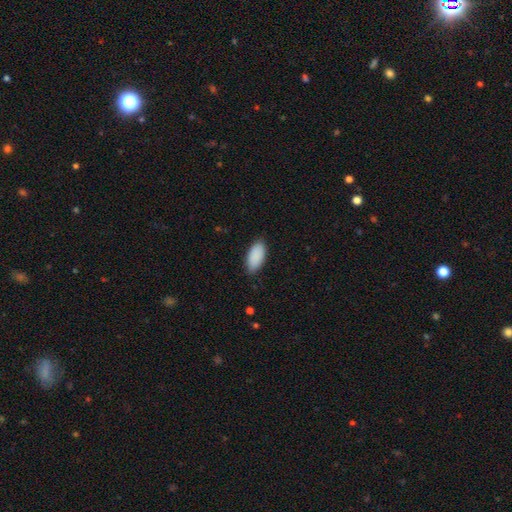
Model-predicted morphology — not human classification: This is clearly a smooth galaxy (91%). How rounded: clearly in between (94%). Merging: clearly none (84%).